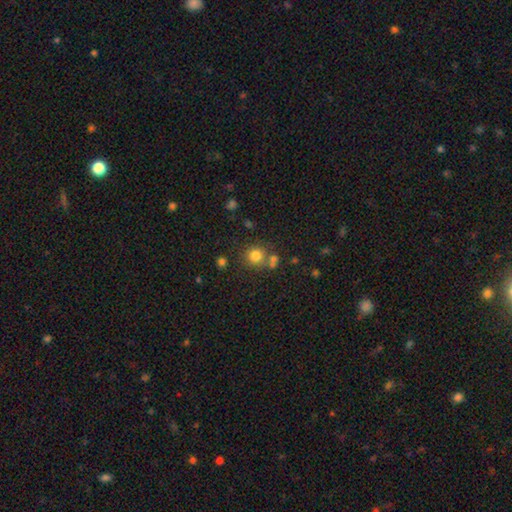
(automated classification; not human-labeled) smooth-or-featured: smooth: 79% | star or artifact: 14% | featured or disk: 8%
  how-rounded: round: 89% | in between: 10% | cigar-shaped: 1%
  merging: none: 67% | merger: 19% | minor disturbance: 10% | major disturbance: 4%